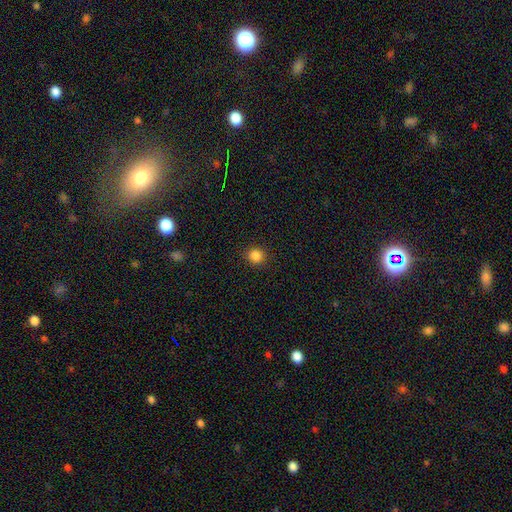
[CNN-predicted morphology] A smooth galaxy with no disk features (85%) that is round (89%). Merging: none (91%).